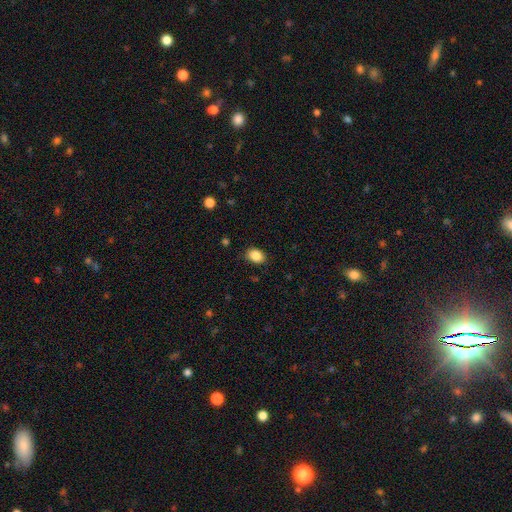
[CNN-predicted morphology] Q: Smooth or featured?
A: smooth (87%); runner-up: star or artifact (9%)
Q: How rounded?
A: in between (70%); runner-up: round (29%)
Q: Merging?
A: none (85%); runner-up: minor disturbance (11%)